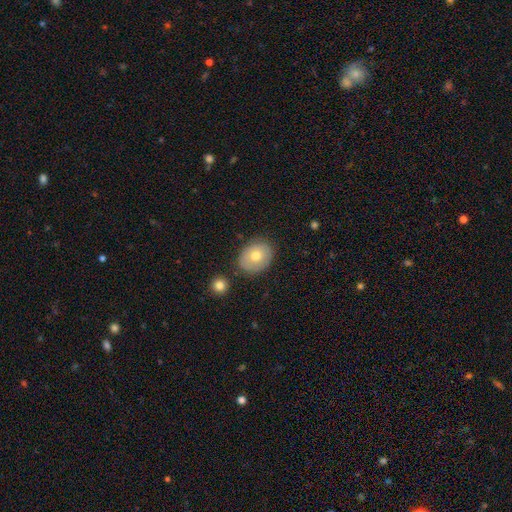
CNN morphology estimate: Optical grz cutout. It shows a smooth galaxy with no disk features (70%) that is in between round and cigar-shaped (57%). Merging: none (80%).